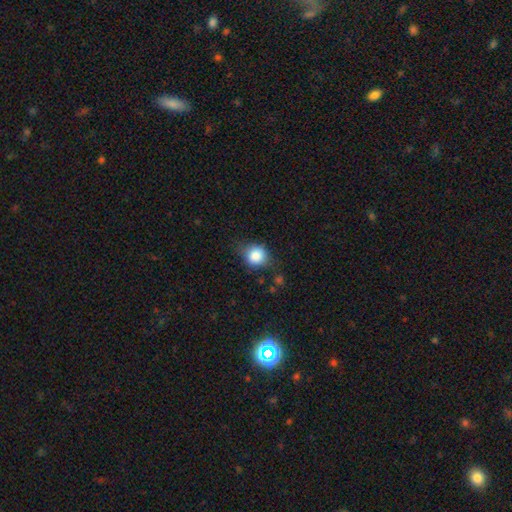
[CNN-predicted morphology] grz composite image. It shows a smooth galaxy with no disk features (83%) that is round (76%). Merging: none (64%).